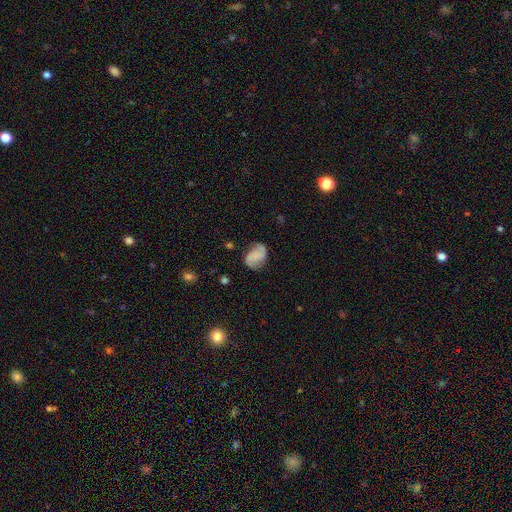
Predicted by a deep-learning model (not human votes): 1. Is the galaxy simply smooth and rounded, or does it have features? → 58% featured or disk, 33% smooth, 9% star or artifact.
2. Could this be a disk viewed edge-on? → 98% no, 2% yes.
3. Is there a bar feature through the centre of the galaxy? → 62% no, 30% weak, 8% strong.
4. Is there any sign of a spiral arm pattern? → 92% yes, 8% no.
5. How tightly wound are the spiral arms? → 41% medium, 40% loose, 20% tight.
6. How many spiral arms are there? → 88% 2, 5% can't tell, 2% 1, 2% 3, 1% 4, 1% more than 4.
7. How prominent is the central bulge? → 60% none, 24% small, 10% moderate, 4% large, 2% dominant.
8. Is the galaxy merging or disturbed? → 69% none, 21% minor disturbance, 8% major disturbance, 2% merger.